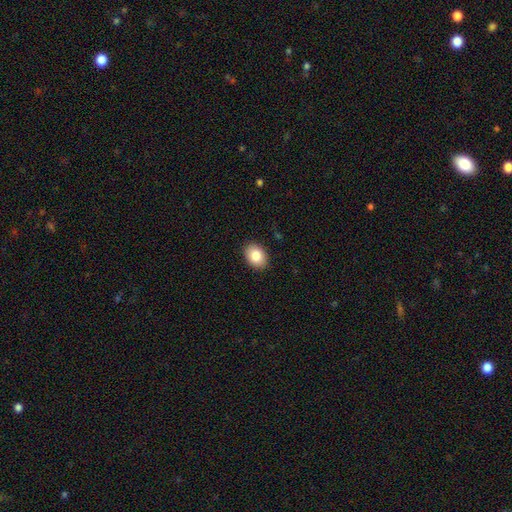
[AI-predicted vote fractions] This is clearly a smooth galaxy (84%). How rounded: likely in between (72%). Merging: clearly none (89%).